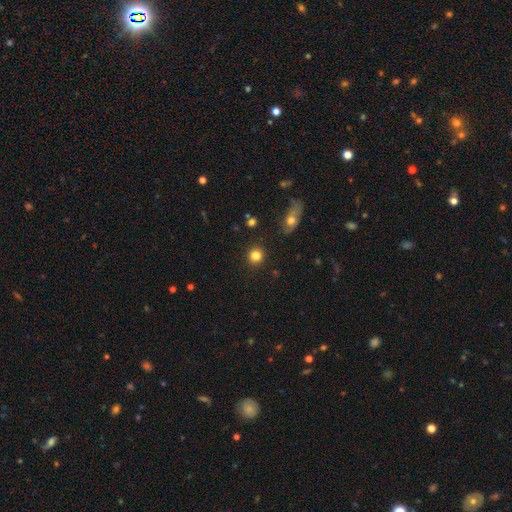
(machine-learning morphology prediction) Smooth or featured: smooth — 83% (star or artifact — 11%)
How rounded: round — 92% (in between — 7%)
Merging: none — 91% (minor disturbance — 6%)